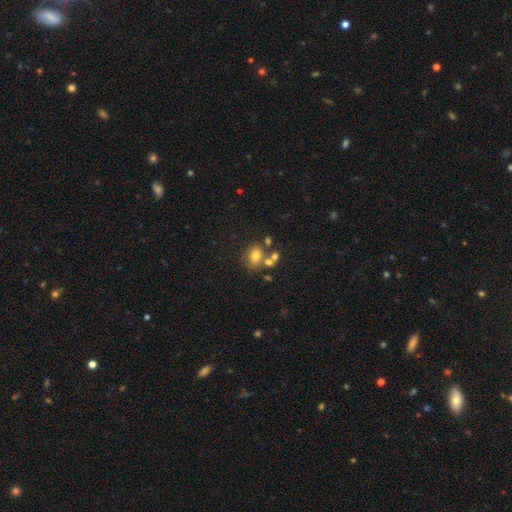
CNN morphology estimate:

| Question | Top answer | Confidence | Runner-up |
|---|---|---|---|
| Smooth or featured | smooth | 73% | featured or disk (14%) |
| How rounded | in between | 54% | round (45%) |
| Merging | none | 56% | merger (25%) |